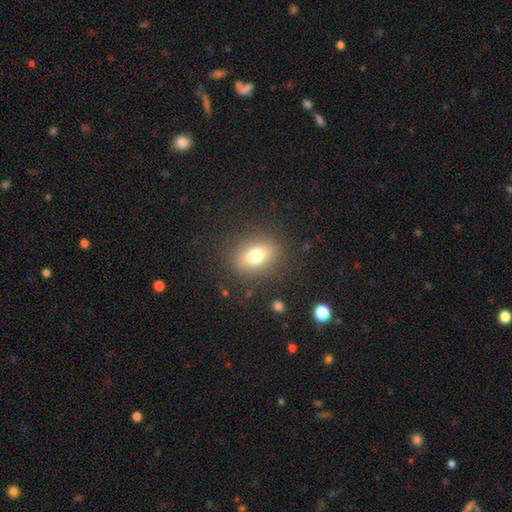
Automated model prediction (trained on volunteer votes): smooth 74%, featured or disk 14%, star or artifact 12%. Down the decision tree: how rounded — in between (58%); merging — none (85%).